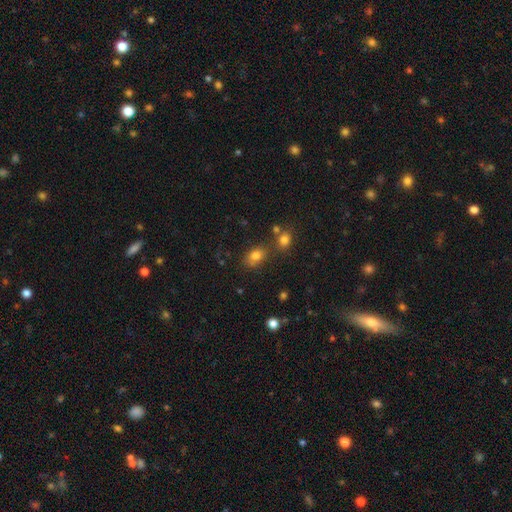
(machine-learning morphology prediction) Smooth or featured: smooth — 79% (star or artifact — 13%)
How rounded: in between — 71% (round — 28%)
Merging: none — 63% (merger — 16%)